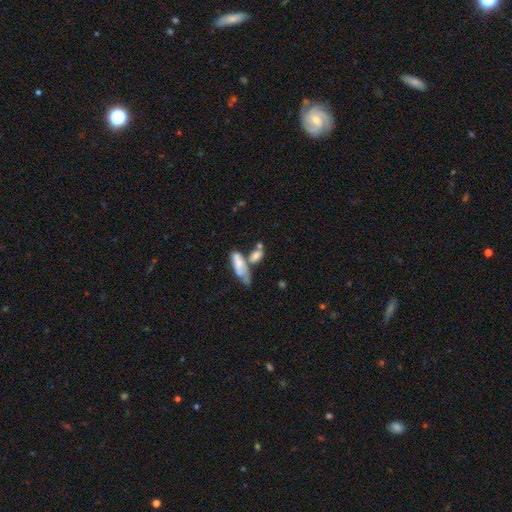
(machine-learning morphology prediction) Q: Smooth or featured?
A: smooth (64%); runner-up: featured or disk (26%)
Q: How rounded?
A: in between (73%); runner-up: cigar-shaped (19%)
Q: Merging?
A: merger (49%); runner-up: none (26%)